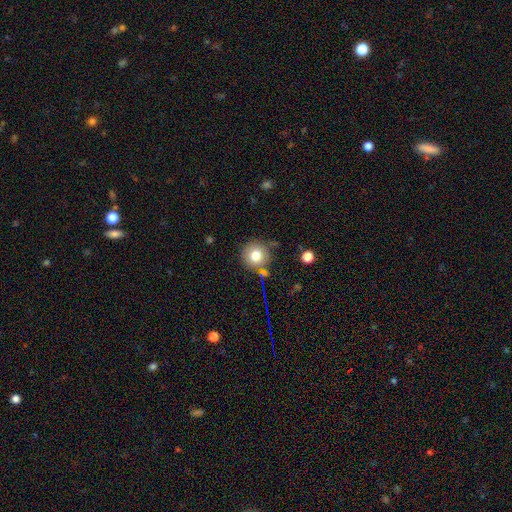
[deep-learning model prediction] A smooth galaxy with no disk features (78%) that is round (93%). Merging: none (77%).